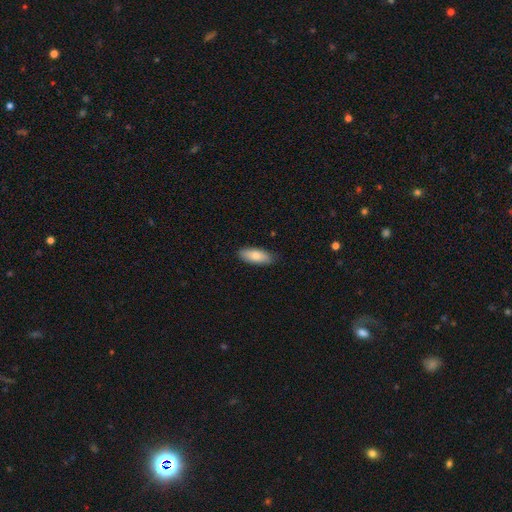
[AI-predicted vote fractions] Smooth or featured: smooth — 80% (featured or disk — 14%)
How rounded: in between — 78% (cigar-shaped — 20%)
Merging: none — 87% (minor disturbance — 10%)